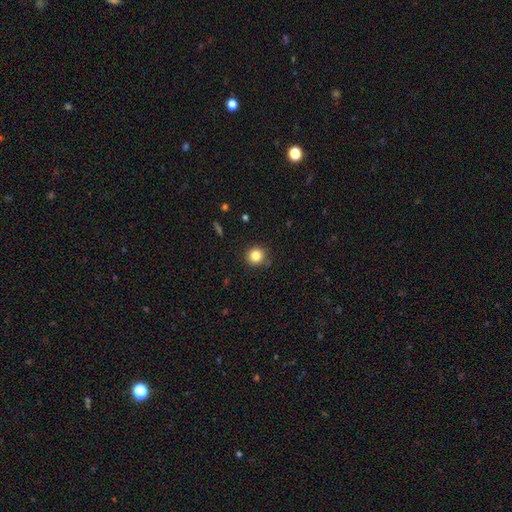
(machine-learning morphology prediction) smooth-or-featured: smooth: 82% | star or artifact: 12% | featured or disk: 6%
  how-rounded: round: 92% | in between: 7% | cigar-shaped: 1%
  merging: none: 87% | minor disturbance: 9% | major disturbance: 2% | merger: 2%